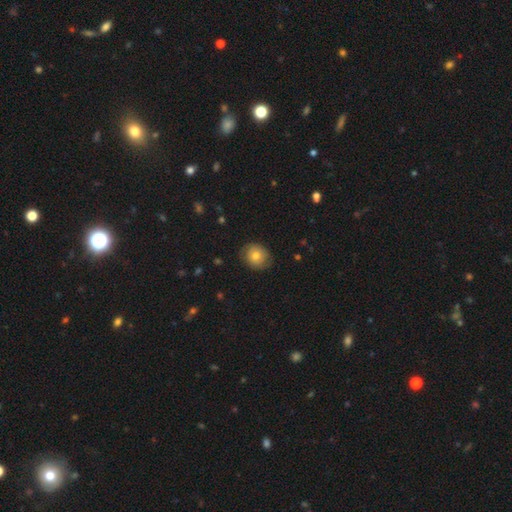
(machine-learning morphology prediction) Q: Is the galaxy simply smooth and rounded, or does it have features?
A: smooth — 67%.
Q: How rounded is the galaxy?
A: round — 75%.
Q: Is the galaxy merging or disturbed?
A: none — 77%.